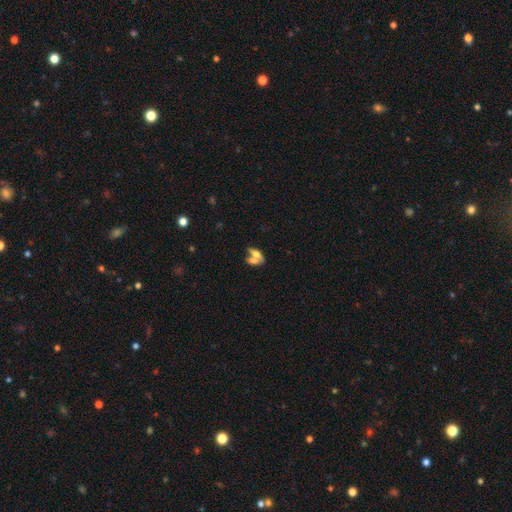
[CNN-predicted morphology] Smooth or featured? Predicted: smooth (p=0.57). How rounded? Predicted: in between (p=0.77). Merging? Predicted: merger (p=0.62).